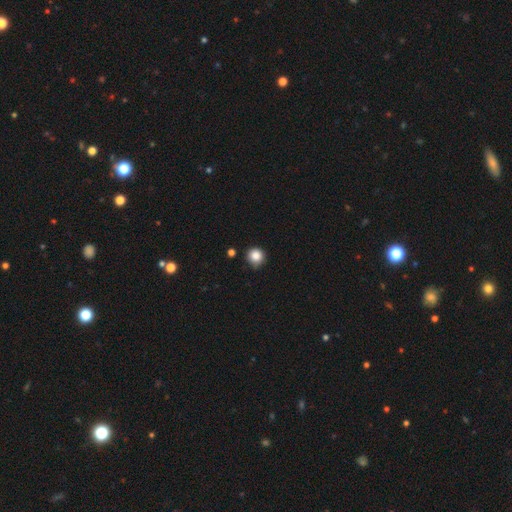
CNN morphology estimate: Overall: smooth (85%). How rounded: round (92%). Merging: none (80%).